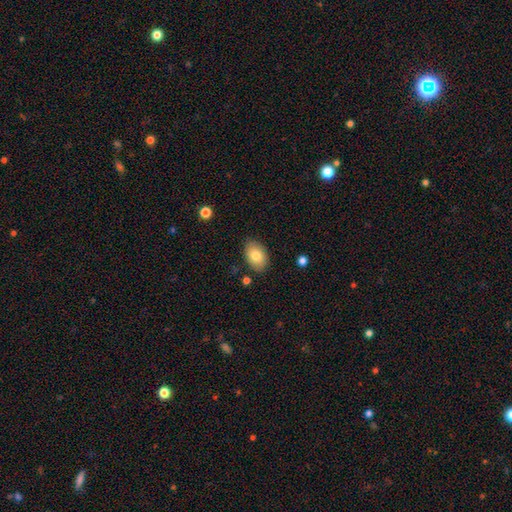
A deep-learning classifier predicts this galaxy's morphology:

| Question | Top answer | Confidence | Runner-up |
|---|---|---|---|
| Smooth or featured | smooth | 81% | featured or disk (11%) |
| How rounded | in between | 88% | round (11%) |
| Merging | none | 84% | minor disturbance (12%) |